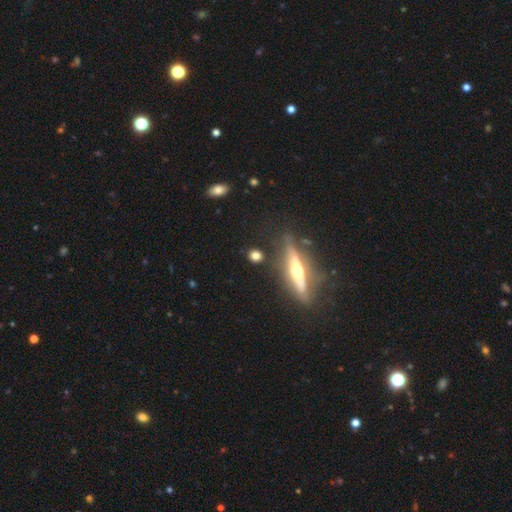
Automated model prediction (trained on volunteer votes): Overall: smooth (66%). How rounded: round (63%; in between 24%). Merging: none (81%).